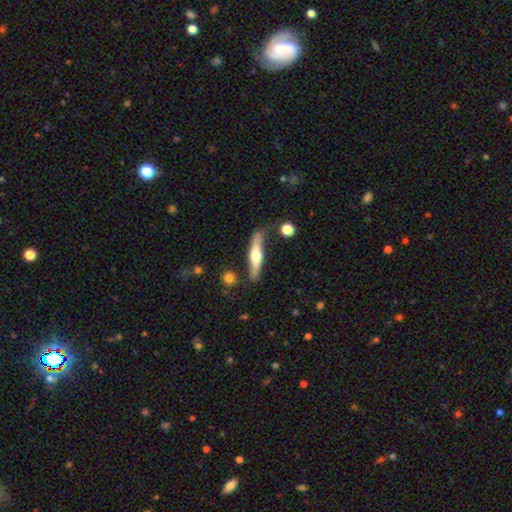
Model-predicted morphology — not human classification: Smooth or featured? featured or disk (57%)
Edge-on disk? yes (90%)
Edge-on bulge? rounded (90%)
Merging? none (70%)